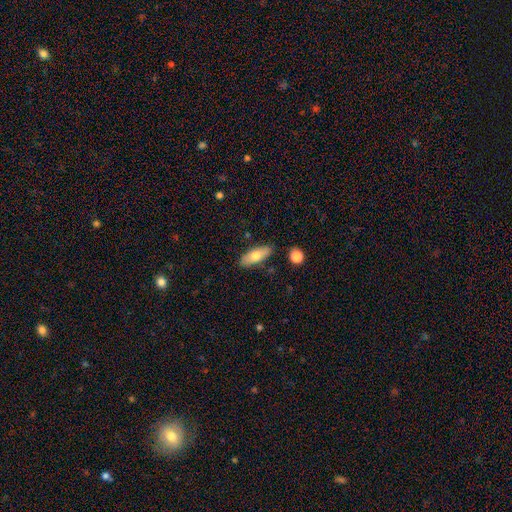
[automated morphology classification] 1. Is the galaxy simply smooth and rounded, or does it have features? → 69% smooth, 24% featured or disk, 6% star or artifact.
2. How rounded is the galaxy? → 68% in between, 29% cigar-shaped, 3% round.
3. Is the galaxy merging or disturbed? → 85% none, 10% minor disturbance, 3% merger, 2% major disturbance.